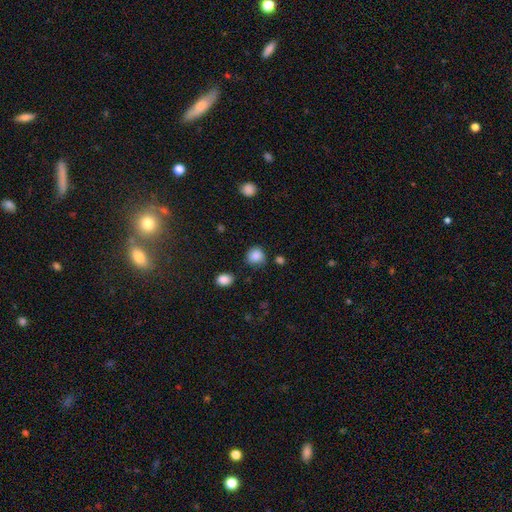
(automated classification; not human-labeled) The model was most divided on "merging": none: 72%, minor disturbance: 19%, major disturbance: 5%, merger: 4%. More confident: smooth or featured — smooth (86%); how rounded — round (83%).